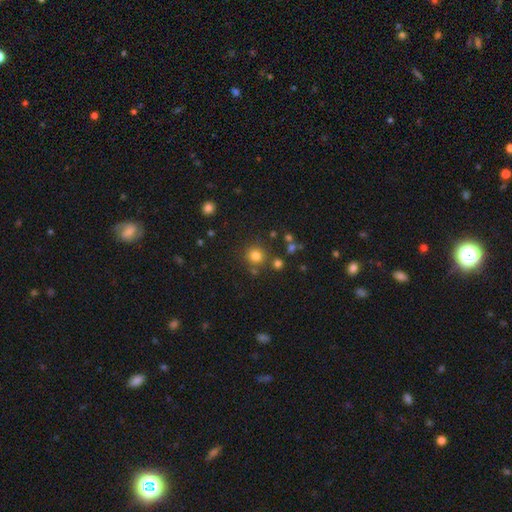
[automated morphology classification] Overall: smooth (79%). How rounded: round (91%). Merging: none (79%).